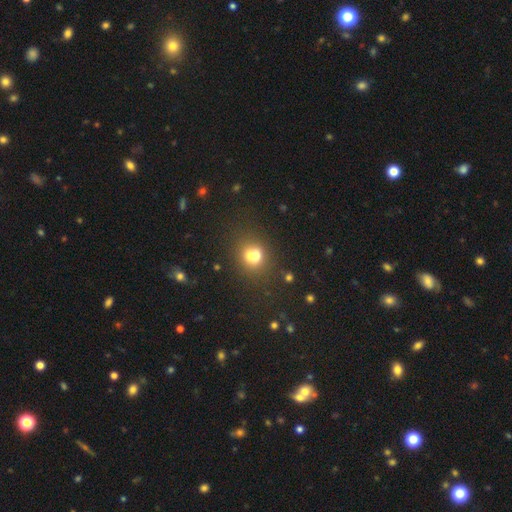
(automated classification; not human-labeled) A smooth galaxy with no disk features (65%) that is round (75%).

Vote fractions:
- Smooth or featured? smooth: 65% / featured or disk: 21% / star or artifact: 15%
- How rounded? round: 75% / in between: 24% / cigar-shaped: 1%
- Merging? merger: 54% / none: 35% / minor disturbance: 8% / major disturbance: 4%